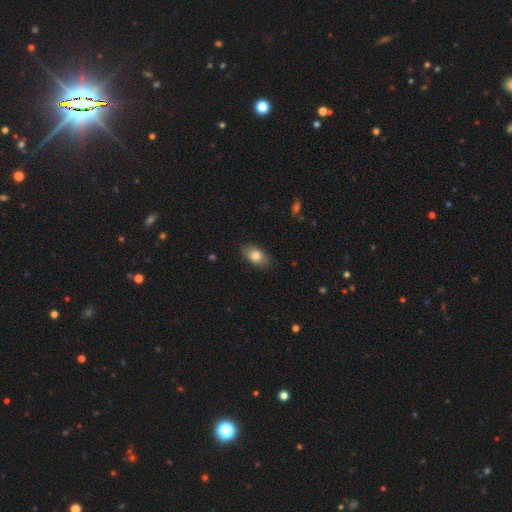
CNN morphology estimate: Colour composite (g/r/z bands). It shows a smooth galaxy with no disk features (80%) that is in between round and cigar-shaped (89%). Merging: none (84%).